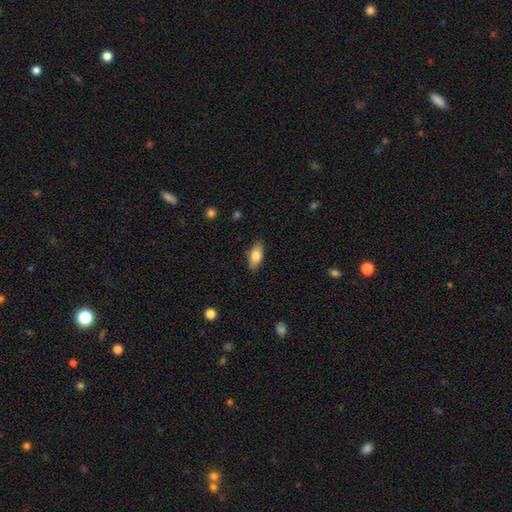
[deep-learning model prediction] Q: Smooth or featured?
A: smooth (76%); runner-up: featured or disk (18%)
Q: How rounded?
A: in between (84%); runner-up: cigar-shaped (13%)
Q: Merging?
A: none (88%); runner-up: minor disturbance (9%)